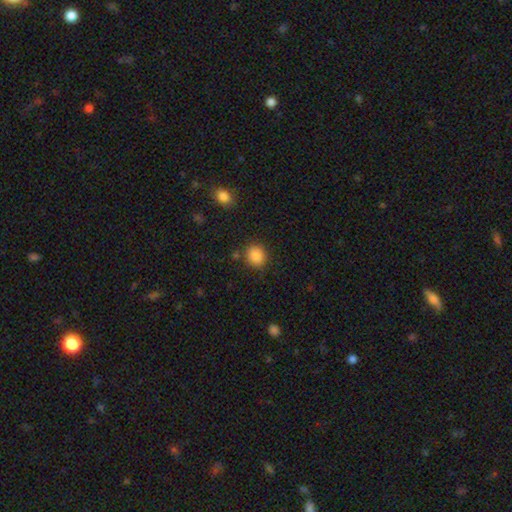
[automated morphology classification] Overall: smooth (87%). How rounded: round (75%). Merging: none (83%).